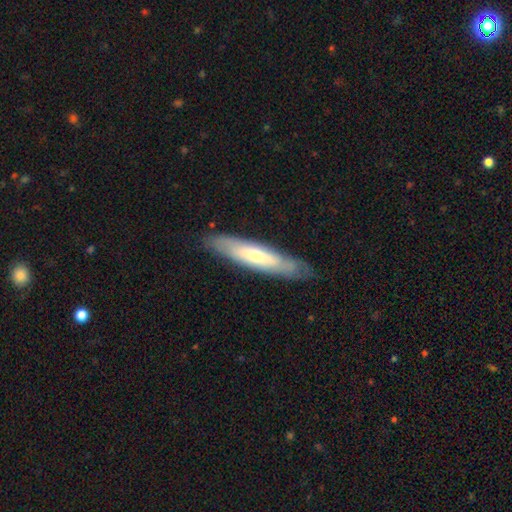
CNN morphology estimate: A smooth galaxy with no disk features (49%). Merging: none (81%).